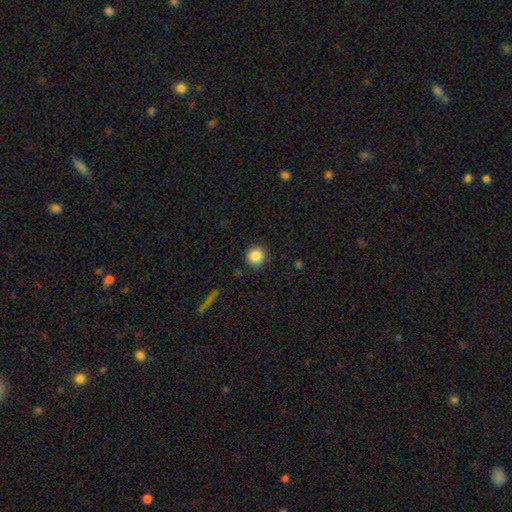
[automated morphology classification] Smooth or featured: smooth — 85% (star or artifact — 10%)
How rounded: round — 92% (in between — 7%)
Merging: none — 90% (minor disturbance — 6%)